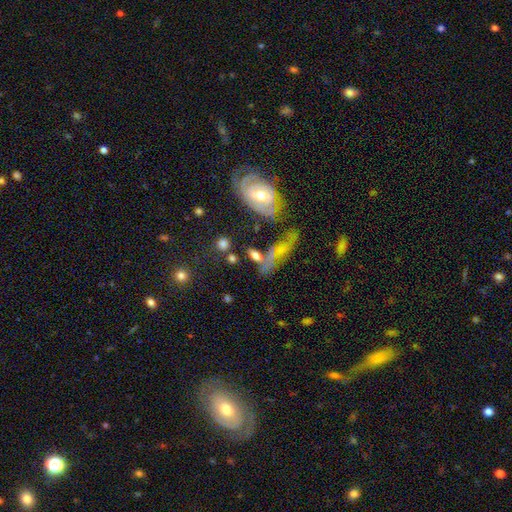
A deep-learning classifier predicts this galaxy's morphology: A smooth galaxy with no disk features (63%) that is in between round and cigar-shaped (58%). Merging: none (49%).